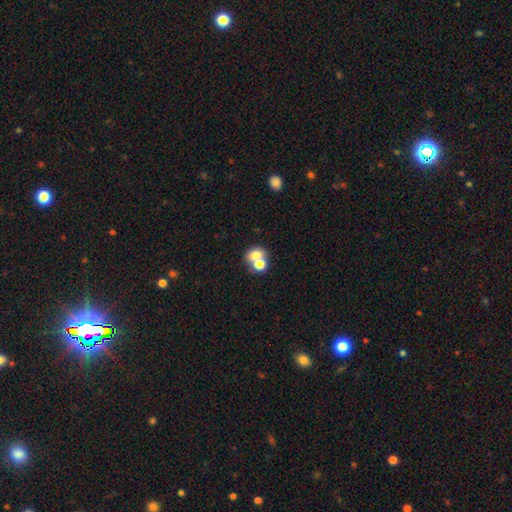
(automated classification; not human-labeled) This is likely a smooth galaxy (72%). How rounded: possibly round (52%). Merging: possibly merger (56%).